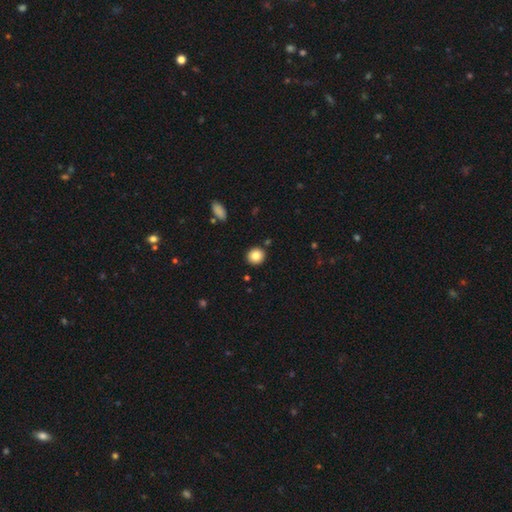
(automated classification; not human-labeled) A smooth galaxy with no disk features (84%) that is round (89%).

Vote fractions:
- Smooth or featured? smooth: 84% / star or artifact: 9% / featured or disk: 6%
- How rounded? round: 89% / in between: 10% / cigar-shaped: 1%
- Merging? none: 90% / minor disturbance: 6% / merger: 2% / major disturbance: 2%